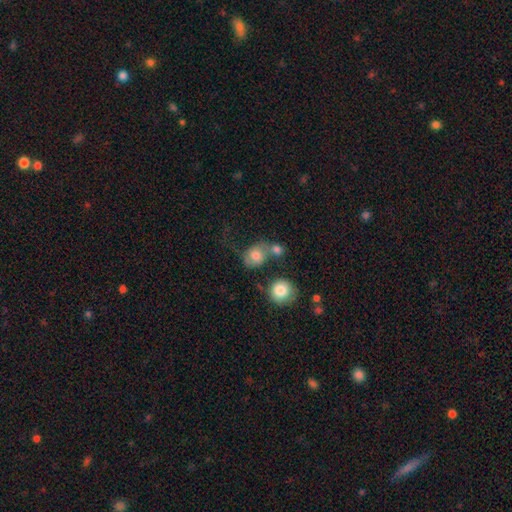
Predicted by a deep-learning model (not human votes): This appears to be a smooth galaxy with no disk features (73%) that is round (59%). Merging: merger (35%, tied with none).